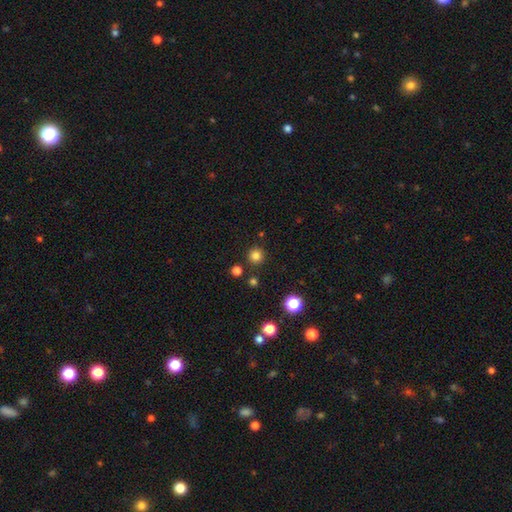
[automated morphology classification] This is clearly a smooth galaxy (81%). How rounded: clearly round (95%). Merging: clearly none (88%).